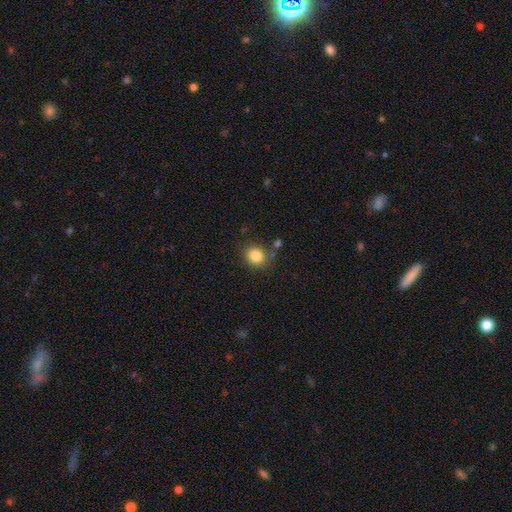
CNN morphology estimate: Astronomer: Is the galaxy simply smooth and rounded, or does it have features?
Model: smooth — 84%.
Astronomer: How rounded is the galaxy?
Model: round — 74%.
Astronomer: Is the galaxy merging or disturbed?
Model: none — 79%.